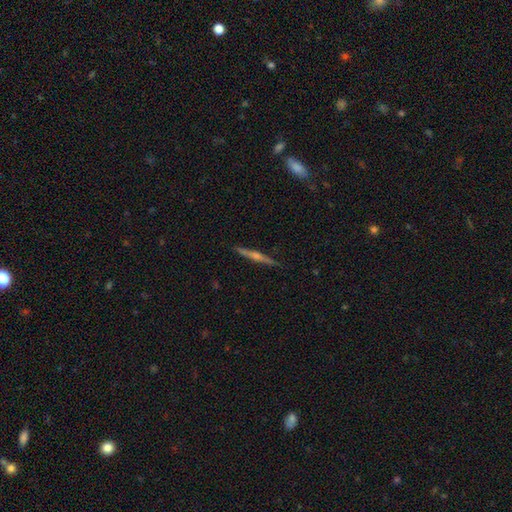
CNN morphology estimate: Smooth or featured? featured or disk (60%)
Edge-on disk? yes (91%)
Edge-on bulge? rounded (76%)
Merging? none (85%)